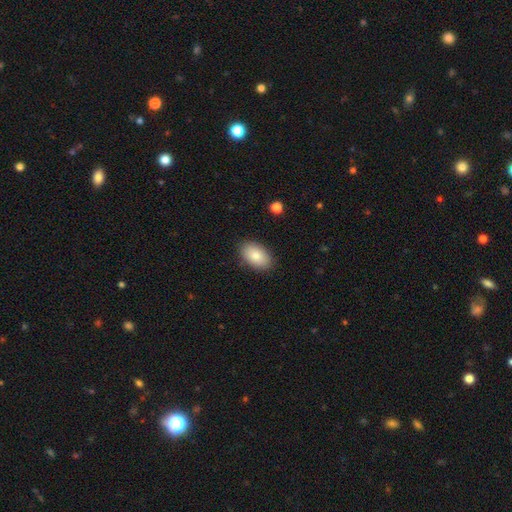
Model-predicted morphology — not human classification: The model was most divided on "smooth or featured": smooth: 84%, featured or disk: 9%, star or artifact: 7%. More confident: how rounded — in between (93%); merging — none (88%).